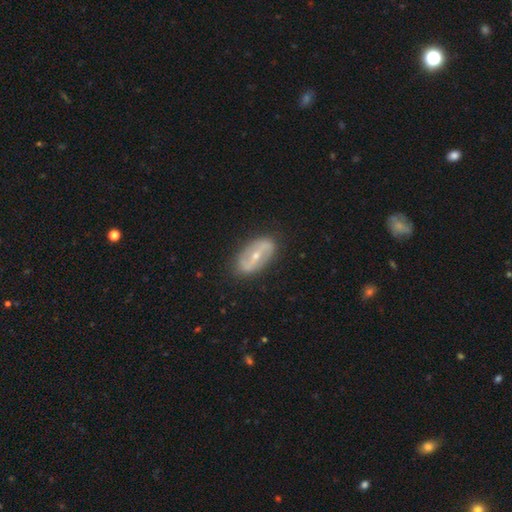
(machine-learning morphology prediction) type=featured or disk (77%); edge-on=no (91%); bar=strong (57%); spiral arms=yes (66%); bulge=small (57%); merging=none (86%).